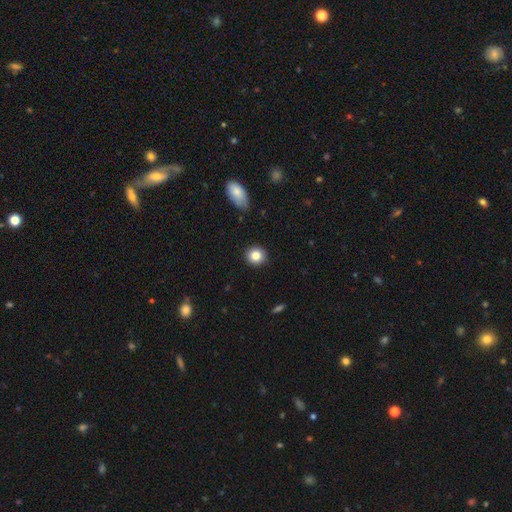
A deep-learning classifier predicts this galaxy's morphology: Smooth or featured? smooth (84%)
How rounded? round (88%)
Merging? none (91%)